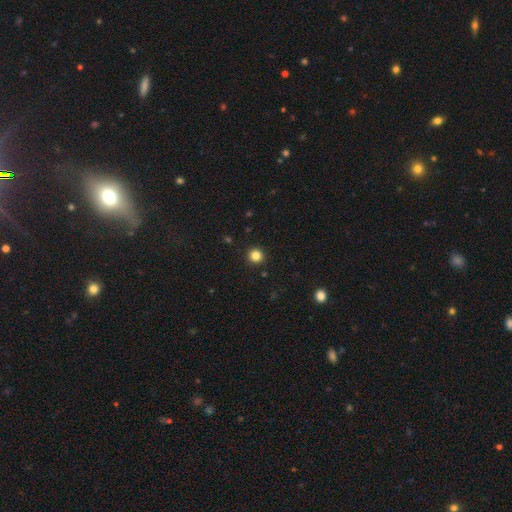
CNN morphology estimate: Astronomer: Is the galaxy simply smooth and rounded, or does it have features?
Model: smooth — 84%.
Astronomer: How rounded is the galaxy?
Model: round — 95%.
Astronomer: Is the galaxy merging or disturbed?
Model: none — 93%.